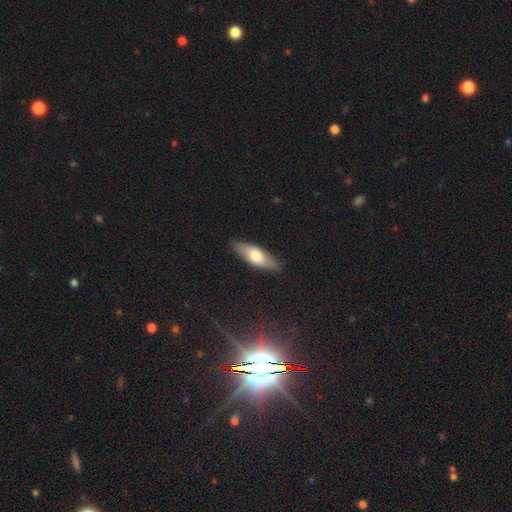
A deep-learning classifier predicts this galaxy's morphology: A smooth galaxy with no disk features (64%) that is in between round and cigar-shaped (58%).

Vote fractions:
- Smooth or featured? smooth: 64% / featured or disk: 31% / star or artifact: 5%
- How rounded? in between: 58% / cigar-shaped: 40% / round: 2%
- Merging? none: 86% / minor disturbance: 11% / major disturbance: 2% / merger: 1%